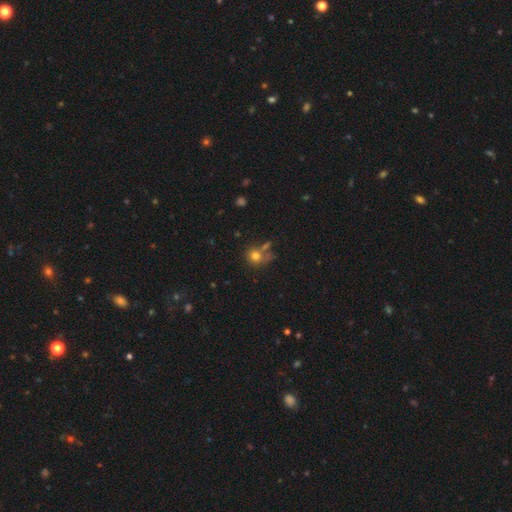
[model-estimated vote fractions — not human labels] Smooth or featured?
  - smooth: 75% *
  - star or artifact: 14%
  - featured or disk: 12%
How rounded?
  - round: 82% *
  - in between: 17%
  - cigar-shaped: 1%
Merging?
  - none: 51% *
  - merger: 26%
  - minor disturbance: 14%
  - major disturbance: 9%